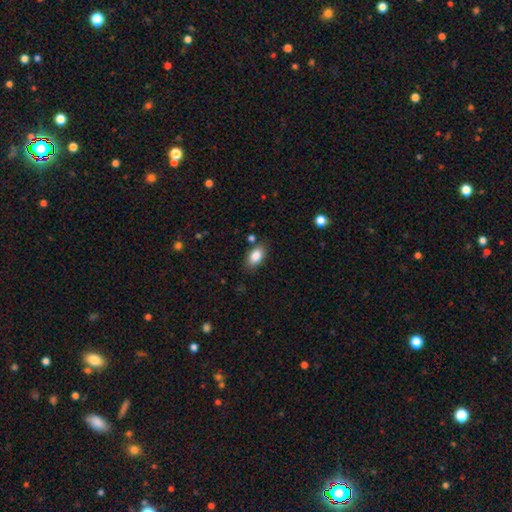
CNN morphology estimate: Smooth or featured? smooth (86%)
How rounded? in between (91%)
Merging? none (79%)